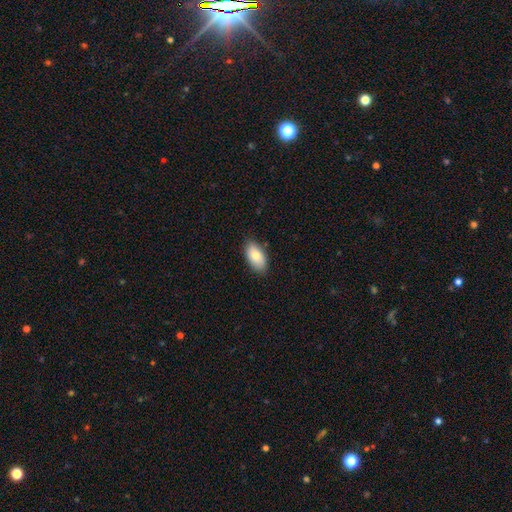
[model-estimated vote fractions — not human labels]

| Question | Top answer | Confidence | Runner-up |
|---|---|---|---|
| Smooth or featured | smooth | 79% | featured or disk (14%) |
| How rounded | in between | 93% | round (4%) |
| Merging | none | 84% | minor disturbance (13%) |